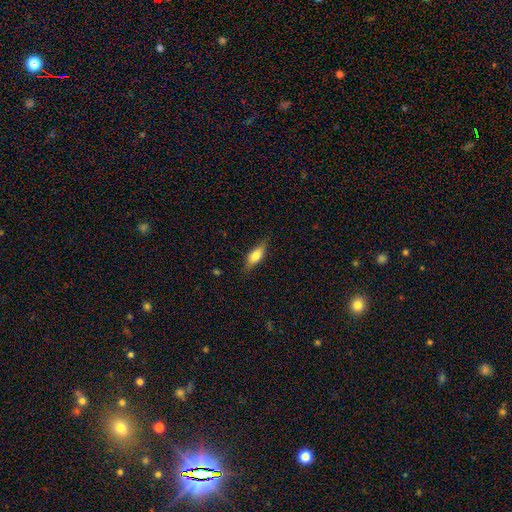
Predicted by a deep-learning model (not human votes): smooth-or-featured: smooth: 62% | featured or disk: 31% | star or artifact: 7%
  how-rounded: in between: 64% | cigar-shaped: 33% | round: 4%
  merging: none: 80% | minor disturbance: 16% | major disturbance: 3% | merger: 1%